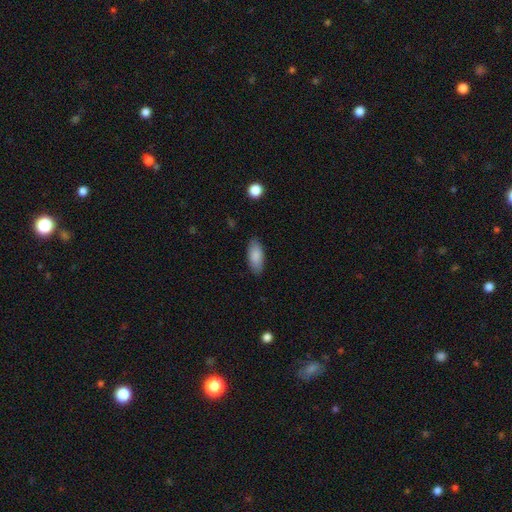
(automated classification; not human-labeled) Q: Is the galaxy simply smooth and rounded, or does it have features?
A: smooth — 87%.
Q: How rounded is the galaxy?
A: in between — 84%.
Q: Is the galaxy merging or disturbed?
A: none — 86%.